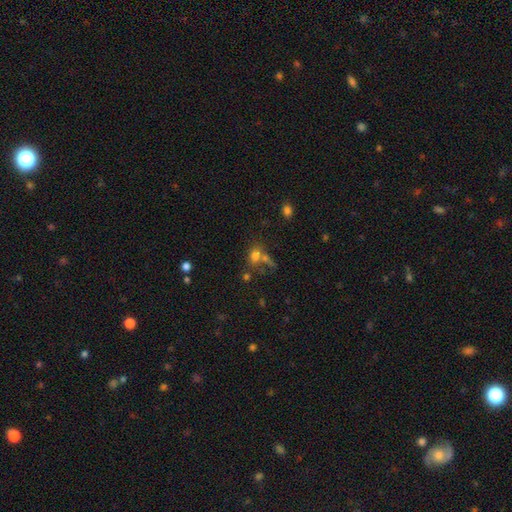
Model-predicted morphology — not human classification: A smooth galaxy with no disk features (70%) that is round (53%). Merging: none (46%).